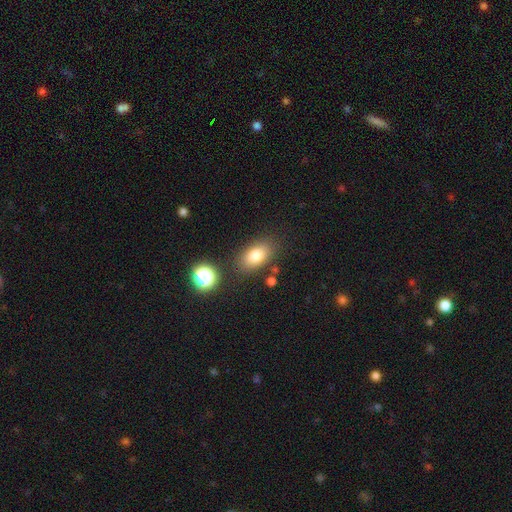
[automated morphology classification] Overall: smooth (81%). How rounded: in between (87%). Merging: none (80%).